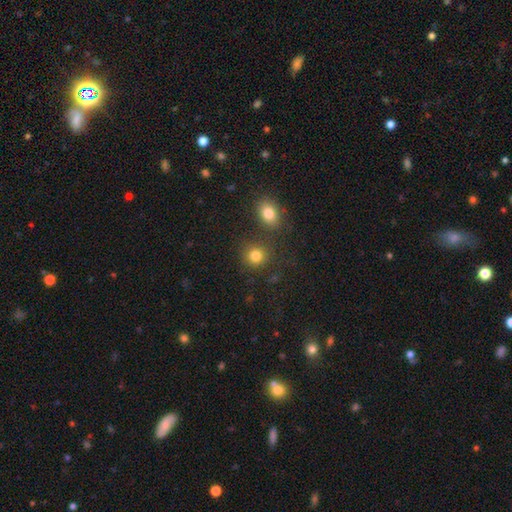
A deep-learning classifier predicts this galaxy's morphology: Smooth or featured? smooth (81%)
How rounded? round (86%)
Merging? none (78%)